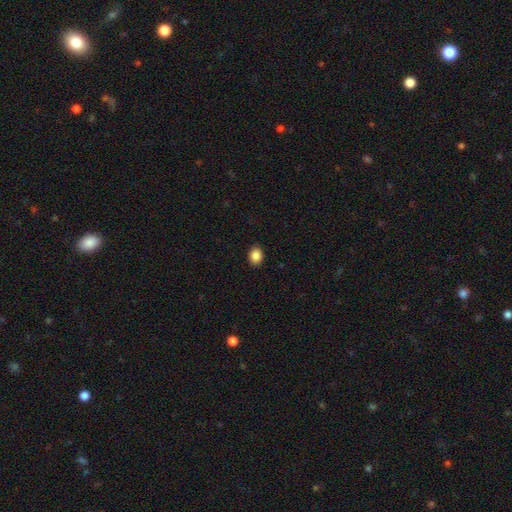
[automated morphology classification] A smooth galaxy with no disk features (88%) that is in between round and cigar-shaped (55%).

Vote fractions:
- Smooth or featured? smooth: 88% / star or artifact: 9% / featured or disk: 3%
- How rounded? in between: 55% / round: 44% / cigar-shaped: 1%
- Merging? none: 90% / minor disturbance: 8% / major disturbance: 2% / merger: 1%